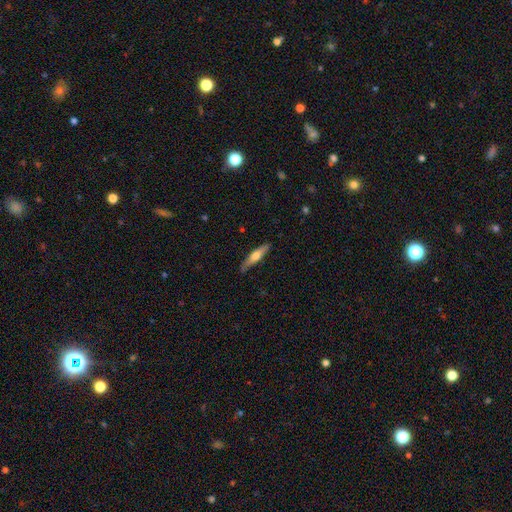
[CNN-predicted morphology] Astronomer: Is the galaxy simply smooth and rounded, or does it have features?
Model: smooth — 54% (runner-up: featured or disk, 41%).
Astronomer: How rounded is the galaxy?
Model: cigar-shaped — 82%.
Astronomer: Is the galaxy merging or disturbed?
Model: none — 82%.